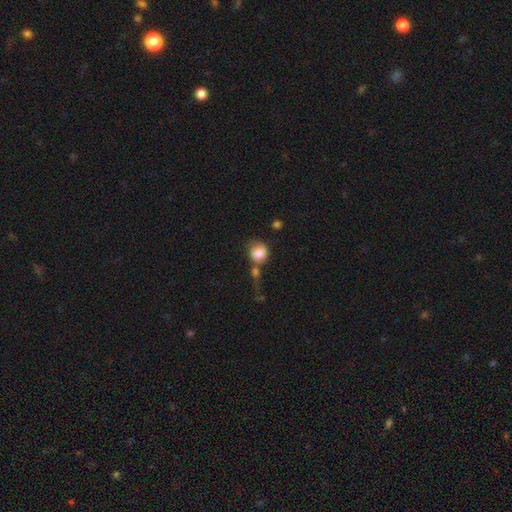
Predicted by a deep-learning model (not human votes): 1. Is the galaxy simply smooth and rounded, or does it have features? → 67% smooth, 22% star or artifact, 12% featured or disk.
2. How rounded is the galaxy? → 86% round, 12% in between, 2% cigar-shaped.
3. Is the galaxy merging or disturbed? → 52% none, 22% merger, 13% minor disturbance, 12% major disturbance.